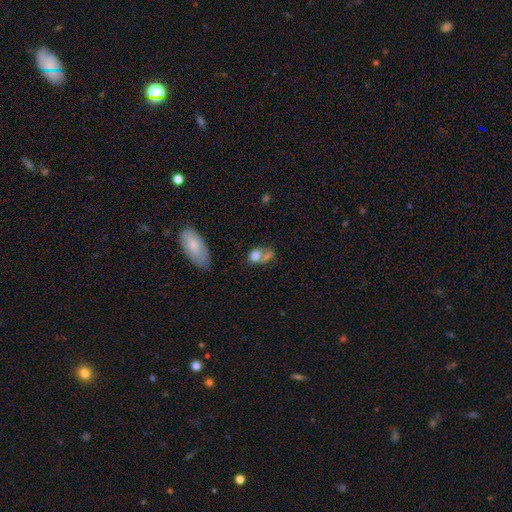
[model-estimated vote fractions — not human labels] A smooth galaxy with no disk features (72%) that is in between round and cigar-shaped (62%).

Vote fractions:
- Smooth or featured? smooth: 72% / featured or disk: 17% / star or artifact: 10%
- How rounded? in between: 62% / round: 36% / cigar-shaped: 2%
- Merging? merger: 40% / none: 29% / minor disturbance: 16% / major disturbance: 14%